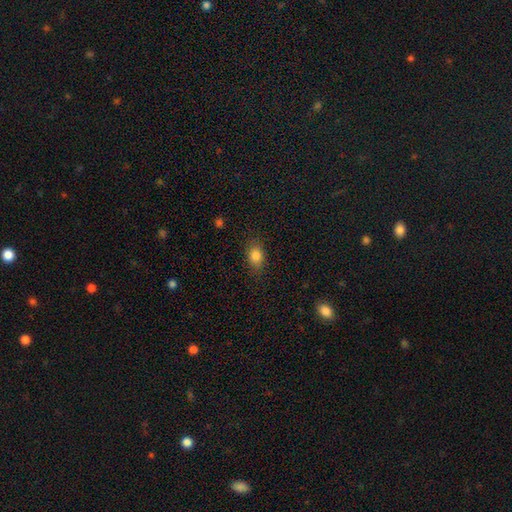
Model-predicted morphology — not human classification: A smooth galaxy with no disk features (83%) that is in between round and cigar-shaped (71%).

Vote fractions:
- Smooth or featured? smooth: 83% / star or artifact: 10% / featured or disk: 7%
- How rounded? in between: 71% / round: 26% / cigar-shaped: 2%
- Merging? none: 83% / minor disturbance: 13% / major disturbance: 3% / merger: 1%